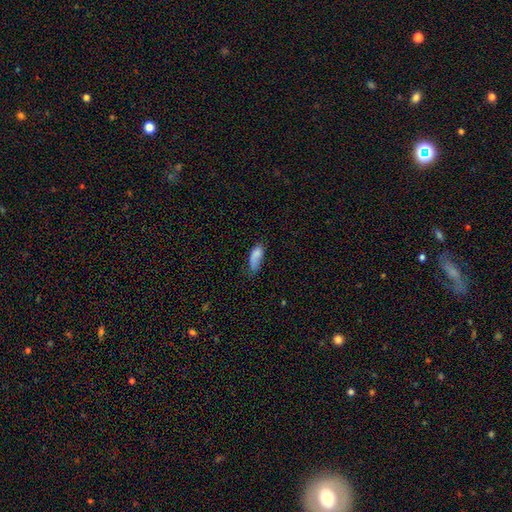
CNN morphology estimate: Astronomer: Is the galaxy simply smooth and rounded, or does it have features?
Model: smooth — 81%.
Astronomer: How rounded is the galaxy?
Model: in between — 84%.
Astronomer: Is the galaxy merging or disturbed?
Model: none — 42% (runner-up: minor disturbance, 35%).